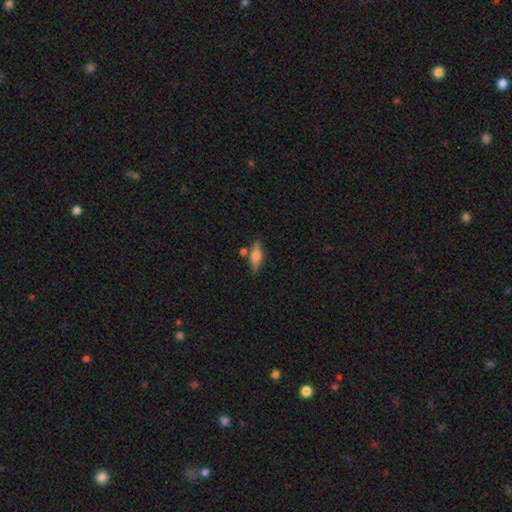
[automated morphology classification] A smooth galaxy with no disk features (59%) that is in between round and cigar-shaped (50%). Merging: none (73%).